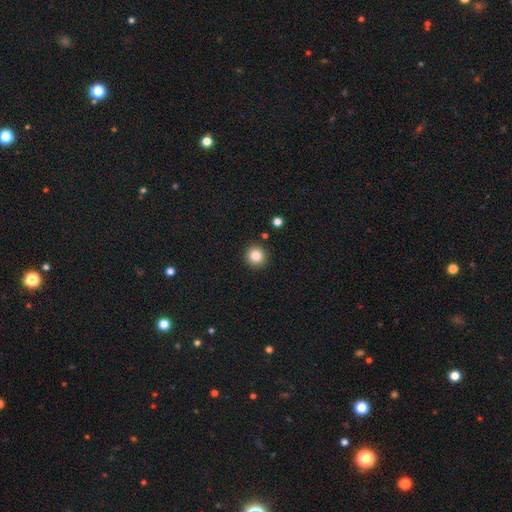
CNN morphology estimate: smooth_or_featured: smooth (p=0.85) [alt: star or artifact p=0.11]
how_rounded: round (p=0.94) [alt: in between p=0.05]
merging: none (p=0.91) [alt: minor disturbance p=0.05]